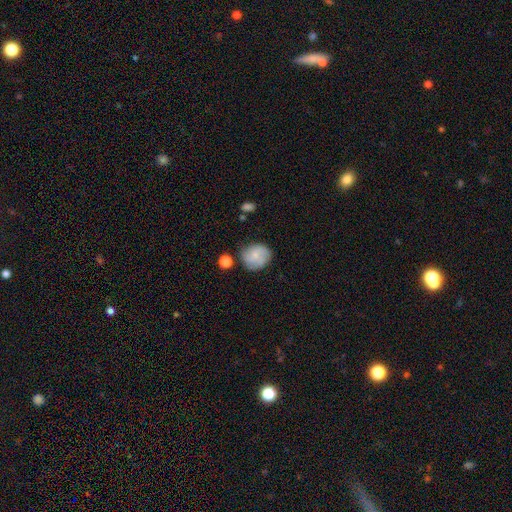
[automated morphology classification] Q: Smooth or featured?
A: smooth (65%); runner-up: featured or disk (27%)
Q: How rounded?
A: round (77%); runner-up: in between (22%)
Q: Merging?
A: none (67%); runner-up: minor disturbance (21%)